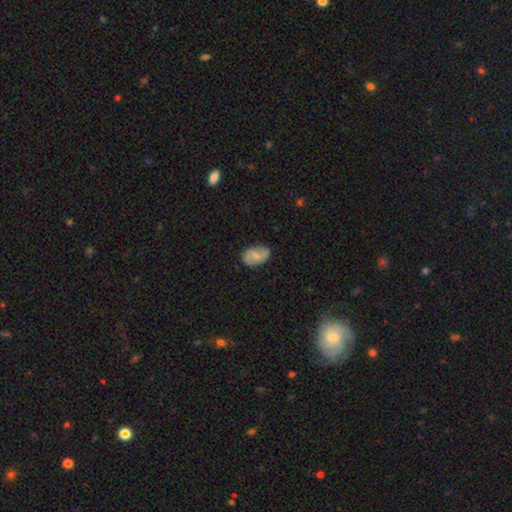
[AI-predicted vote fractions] This appears to be a smooth galaxy with no disk features (49%). Merging: none (75%).